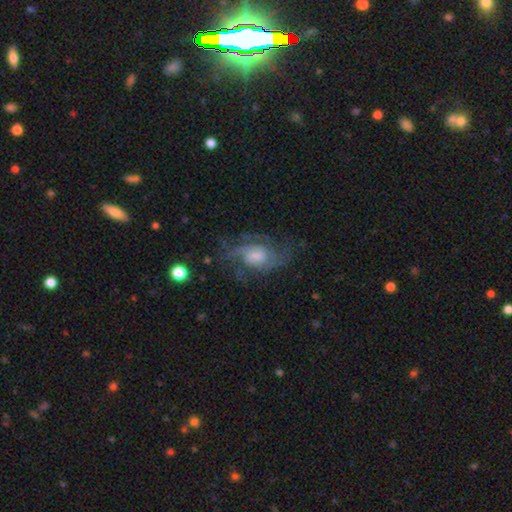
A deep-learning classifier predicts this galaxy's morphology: The model was most divided on "bulge size": moderate: 41%, small: 33%, large: 14%, none: 10%, dominant: 2%. Remaining: edge-on disk — no (96%); spiral arms — yes (92%); smooth or featured — featured or disk (78%); merging — none (61%); bar — no (58%); spiral winding — medium (49%); spiral arm count — 2 (34%).